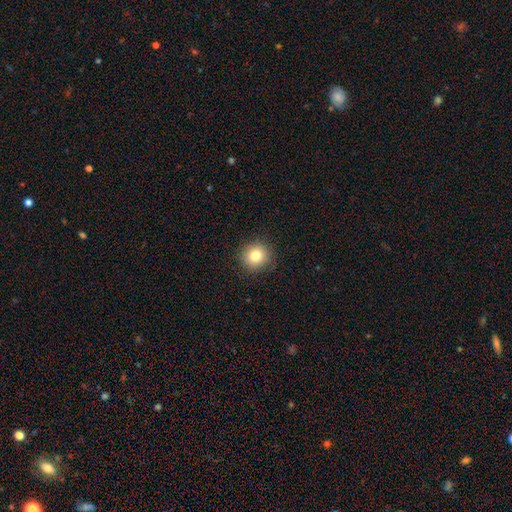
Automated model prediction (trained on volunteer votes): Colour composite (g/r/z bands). It shows a smooth galaxy with no disk features (80%) that is round (92%). Merging: none (90%).